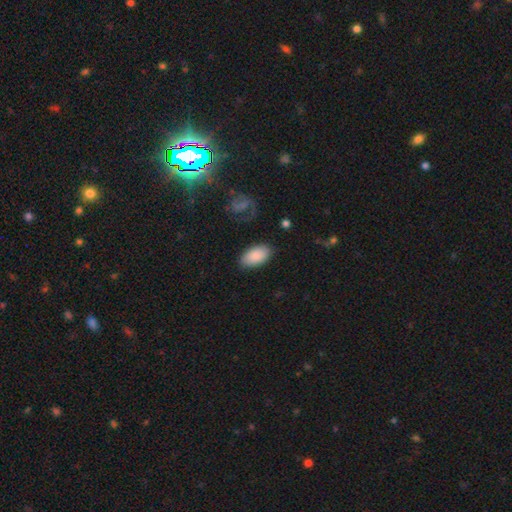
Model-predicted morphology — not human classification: The model was most divided on "merging": none: 82%, minor disturbance: 12%, major disturbance: 4%, merger: 2%. More confident: how rounded — in between (95%); smooth or featured — smooth (87%).